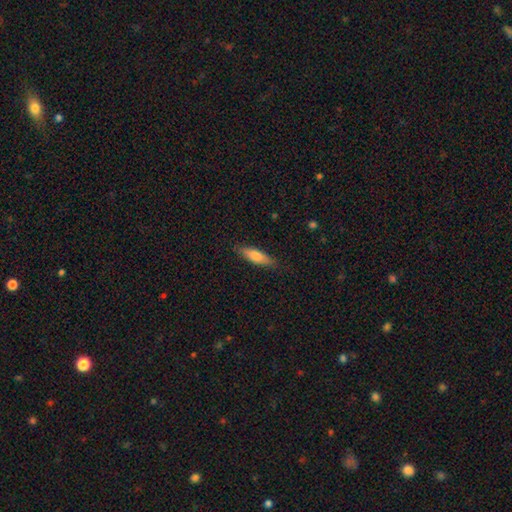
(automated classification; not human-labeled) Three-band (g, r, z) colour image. It shows a smooth galaxy with no disk features (73%) that is cigar-shaped (60%). Merging: none (85%).